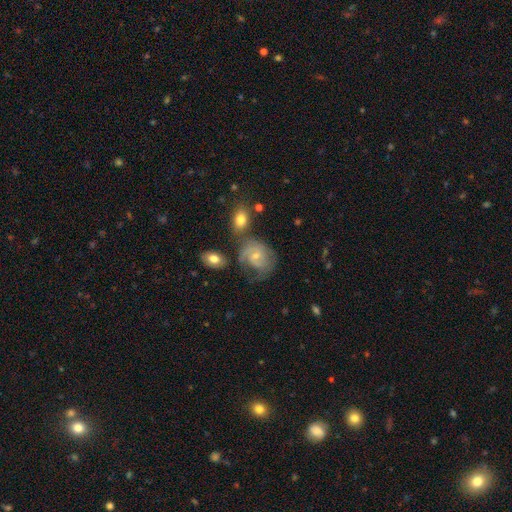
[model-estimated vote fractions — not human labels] The model was most divided on "spiral arm count" (2-way tie): can't tell: 36%, 2: 36%, 1: 11%, 3: 10%, 4: 3%, more than 4: 3%. Remaining: edge-on disk — no (97%); spiral arms — yes (83%); bulge size — small (66%); bar — no (64%); smooth or featured — featured or disk (62%); spiral winding — tight (45%); merging — none (42%).